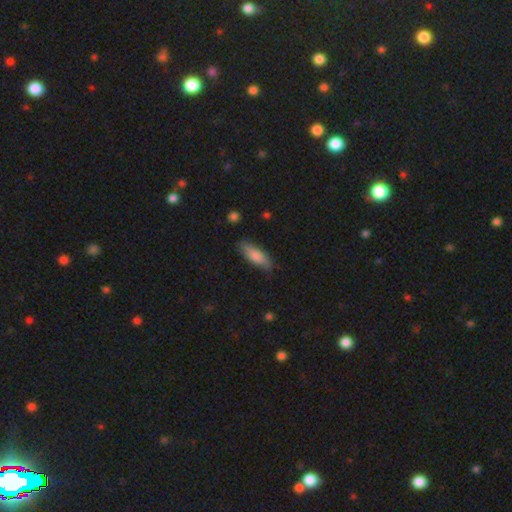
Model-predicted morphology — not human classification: Smooth or featured: smooth — 84% (featured or disk — 10%)
How rounded: in between — 62% (cigar-shaped — 36%)
Merging: none — 80% (minor disturbance — 16%)